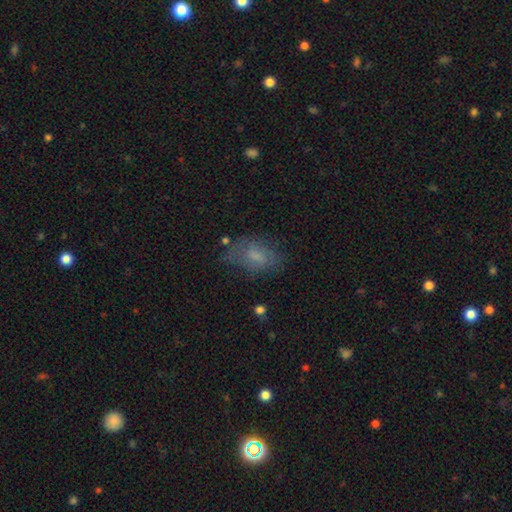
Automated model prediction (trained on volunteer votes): This is likely a smooth galaxy (61%). How rounded: clearly in between (86%). Merging: possibly none (56%).